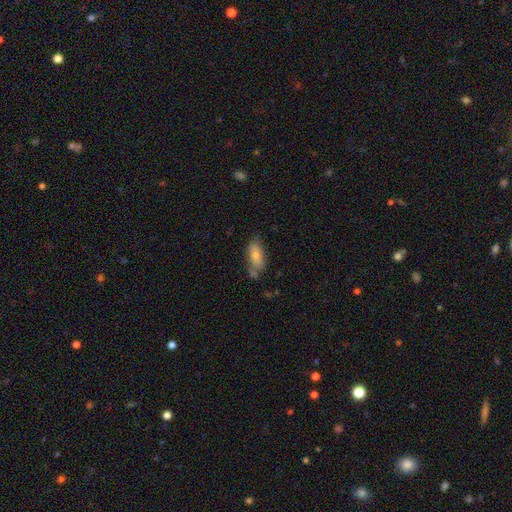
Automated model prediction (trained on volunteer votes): A smooth galaxy with no disk features (77%) that is in between round and cigar-shaped (81%). Merging: none (58%).